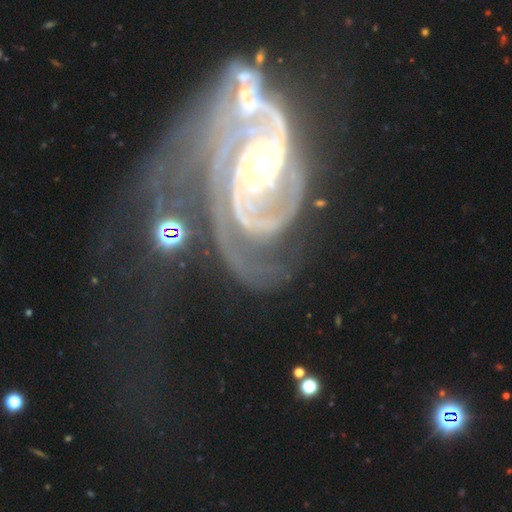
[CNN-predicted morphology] smooth_or_featured: featured or disk (p=0.91) [alt: star or artifact p=0.06]
disk_edge_on: no (p=0.97) [alt: yes p=0.03]
bar: no (p=0.60) [alt: weak p=0.25]
has_spiral_arms: yes (p=0.98) [alt: no p=0.02]
spiral_winding: tight (p=0.64) [alt: medium p=0.30]
spiral_arm_count: 2 (p=0.38) [alt: 3 p=0.28]
bulge_size: small (p=0.51) [alt: moderate p=0.43]
merging: none (p=0.31) [alt: major disturbance p=0.29]